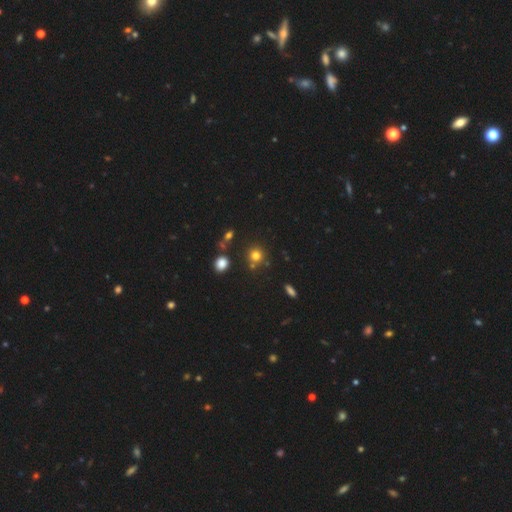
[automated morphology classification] The model was most divided on "smooth or featured": smooth: 75%, star or artifact: 17%, featured or disk: 8%. More confident: how rounded — round (90%); merging — none (77%).